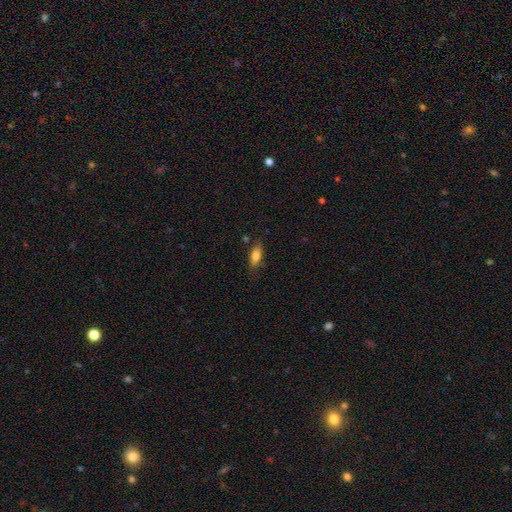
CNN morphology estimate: This appears to be a smooth galaxy with no disk features (78%) that is in between round and cigar-shaped (75%). Merging: none (78%).